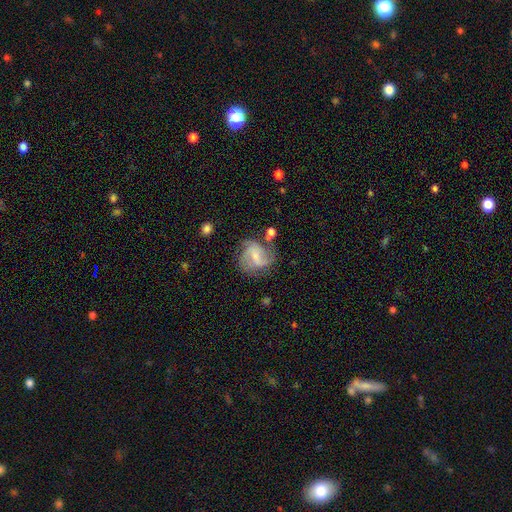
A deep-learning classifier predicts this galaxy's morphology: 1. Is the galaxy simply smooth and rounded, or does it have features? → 79% featured or disk, 14% smooth, 7% star or artifact.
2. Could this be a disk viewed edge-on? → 98% no, 2% yes.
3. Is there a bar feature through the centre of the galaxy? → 53% weak, 29% no, 18% strong.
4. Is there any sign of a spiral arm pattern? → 93% yes, 7% no.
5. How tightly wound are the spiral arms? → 48% medium, 34% loose, 18% tight.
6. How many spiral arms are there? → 43% 2, 29% 3, 14% can't tell, 5% 4, 5% 1, 4% more than 4.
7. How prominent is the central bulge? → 56% small, 26% moderate, 16% none, 2% large, 1% dominant.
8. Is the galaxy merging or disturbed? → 60% none, 21% minor disturbance, 14% major disturbance, 6% merger.